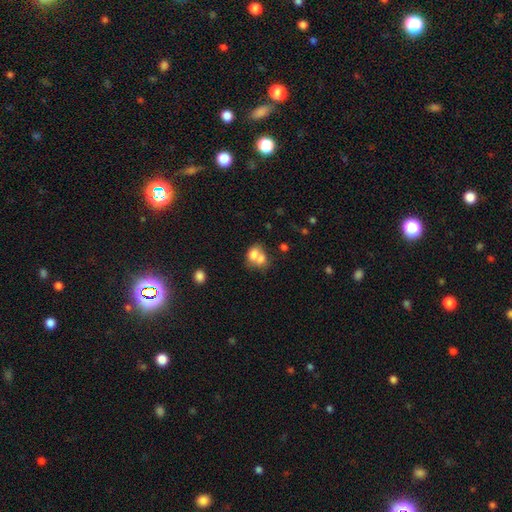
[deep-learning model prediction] Smooth or featured? Predicted: smooth (p=0.69). How rounded? Predicted: in between (p=0.53). Merging? Predicted: merger (p=0.65).